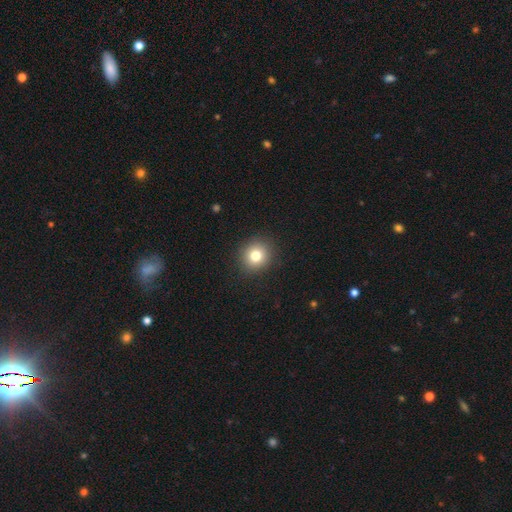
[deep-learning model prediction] smooth_or_featured: smooth (p=0.79) [alt: star or artifact p=0.12]
how_rounded: round (p=0.86) [alt: in between p=0.13]
merging: none (p=0.91) [alt: minor disturbance p=0.06]